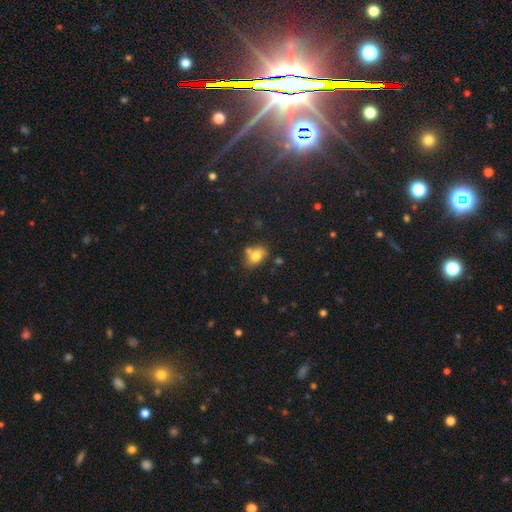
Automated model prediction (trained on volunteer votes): smooth 74%, featured or disk 15%, star or artifact 11%. Down the decision tree: how rounded — in between (74%); merging — none (57%).